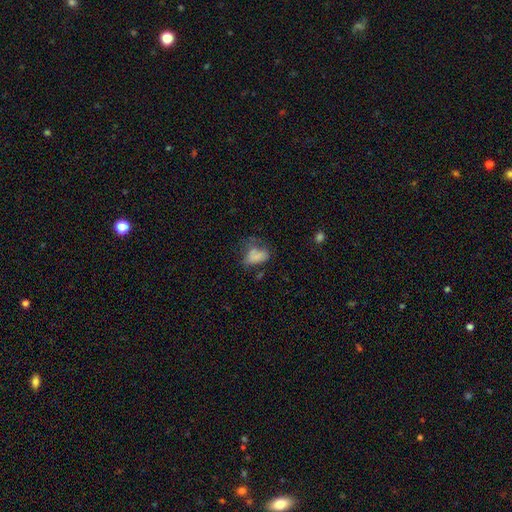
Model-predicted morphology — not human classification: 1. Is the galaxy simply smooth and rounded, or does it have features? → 70% smooth, 17% featured or disk, 13% star or artifact.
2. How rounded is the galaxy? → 86% in between, 11% round, 3% cigar-shaped.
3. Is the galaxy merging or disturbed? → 33% none, 30% major disturbance, 26% minor disturbance, 11% merger.